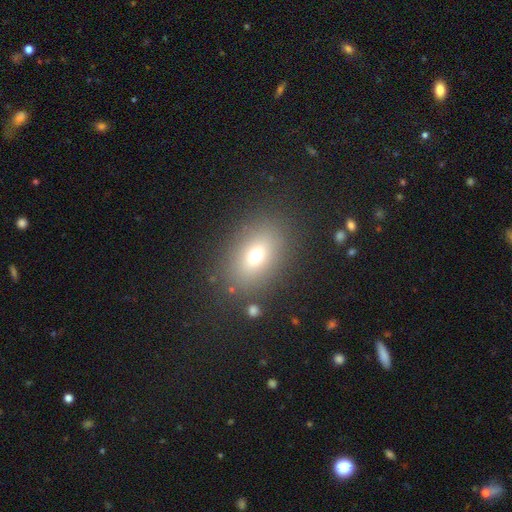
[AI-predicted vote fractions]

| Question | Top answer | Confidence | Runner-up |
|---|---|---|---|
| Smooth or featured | smooth | 69% | featured or disk (16%) |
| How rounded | in between | 73% | round (24%) |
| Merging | none | 83% | minor disturbance (9%) |